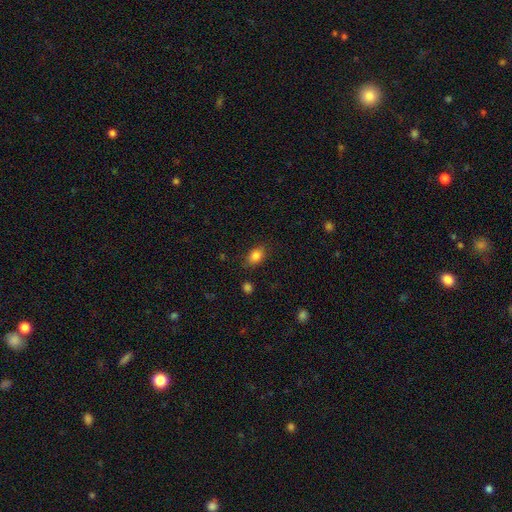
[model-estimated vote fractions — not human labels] smooth 84%, star or artifact 9%, featured or disk 6%. Down the decision tree: how rounded — in between (79%); merging — none (81%).